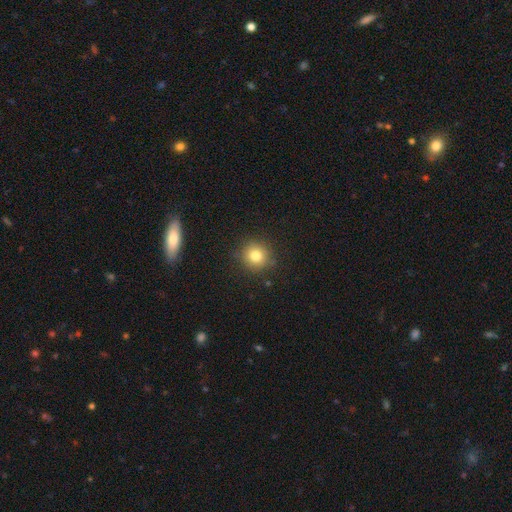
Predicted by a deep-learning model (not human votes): Overall: smooth (79%). How rounded: round (92%). Merging: none (87%).